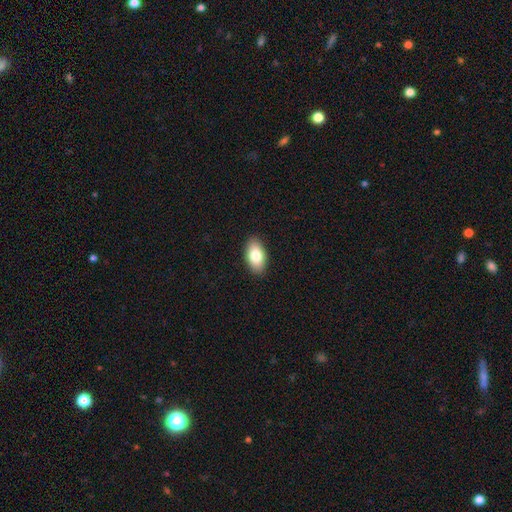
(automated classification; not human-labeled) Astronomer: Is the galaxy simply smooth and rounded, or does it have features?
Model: smooth — 82%.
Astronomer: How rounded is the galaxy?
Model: in between — 94%.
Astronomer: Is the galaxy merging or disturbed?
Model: none — 90%.